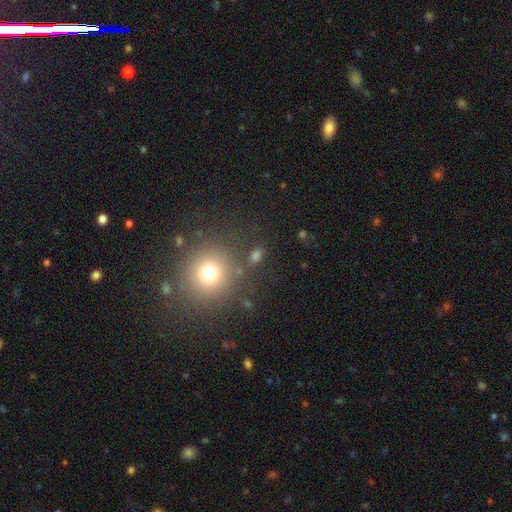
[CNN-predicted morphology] Smooth or featured?
  - smooth: 64% *
  - star or artifact: 27%
  - featured or disk: 9%
How rounded?
  - round: 85% *
  - in between: 13%
  - cigar-shaped: 2%
Merging?
  - none: 81% *
  - minor disturbance: 9%
  - merger: 6%
  - major disturbance: 4%